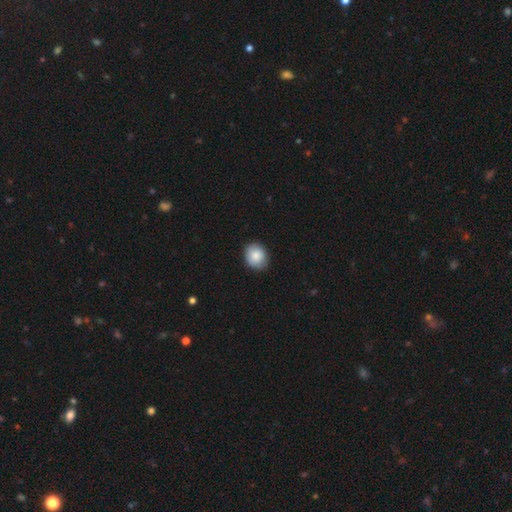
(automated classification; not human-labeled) A smooth galaxy with no disk features (85%) that is round (68%).

Vote fractions:
- Smooth or featured? smooth: 85% / featured or disk: 8% / star or artifact: 7%
- How rounded? round: 68% / in between: 31% / cigar-shaped: 1%
- Merging? none: 82% / minor disturbance: 15% / major disturbance: 2% / merger: 1%